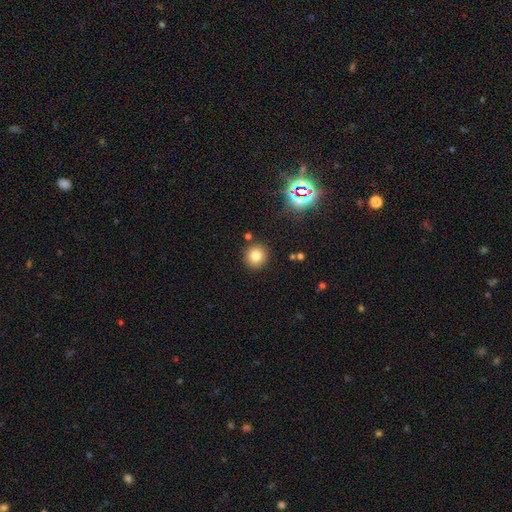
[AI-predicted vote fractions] smooth 78%, star or artifact 15%, featured or disk 8%. Down the decision tree: how rounded — round (94%); merging — none (88%).